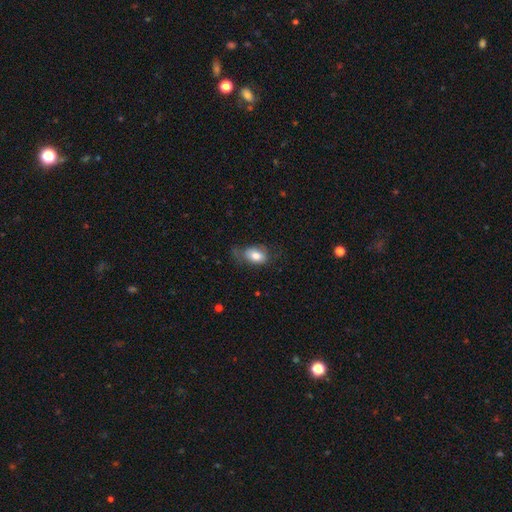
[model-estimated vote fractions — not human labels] Q: Smooth or featured?
A: smooth (76%); runner-up: featured or disk (17%)
Q: How rounded?
A: in between (87%); runner-up: round (11%)
Q: Merging?
A: none (52%); runner-up: minor disturbance (29%)